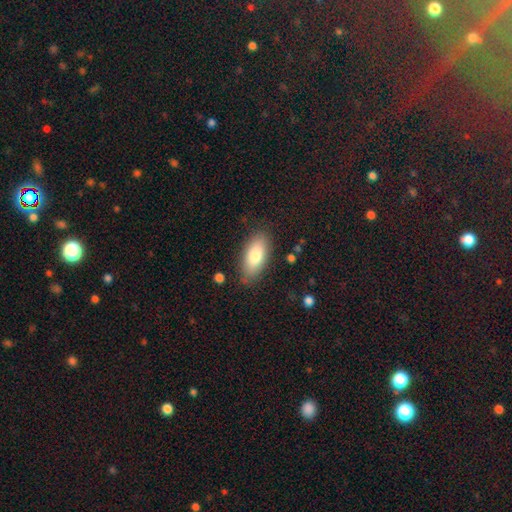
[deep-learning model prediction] Smooth or featured? smooth (79%)
How rounded? in between (86%)
Merging? none (84%)